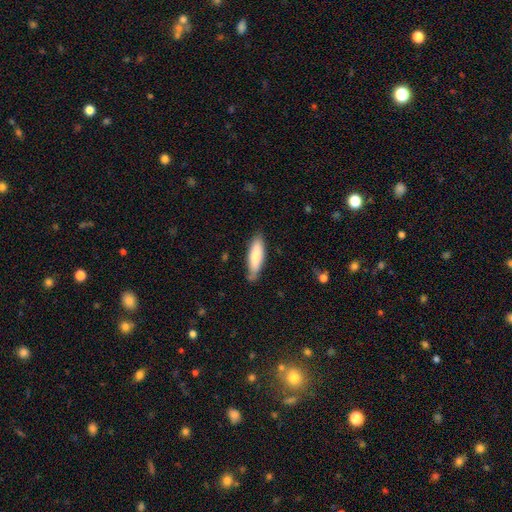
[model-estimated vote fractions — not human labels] Morphology: type=smooth (75%); roundness=cigar-shaped (54%); merging=none (72%).